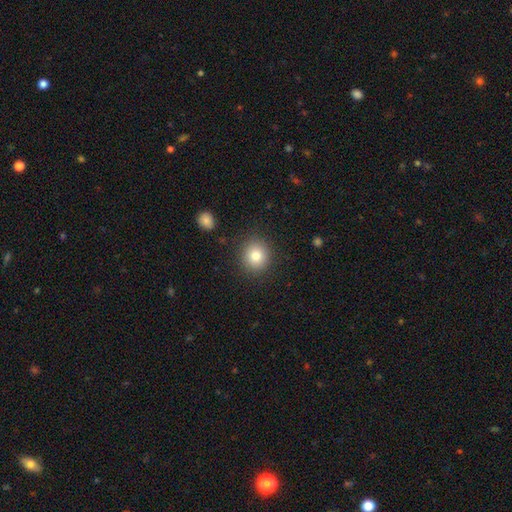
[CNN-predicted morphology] smooth_or_featured: smooth (p=0.81) [alt: star or artifact p=0.11]
how_rounded: round (p=0.88) [alt: in between p=0.11]
merging: none (p=0.88) [alt: minor disturbance p=0.08]